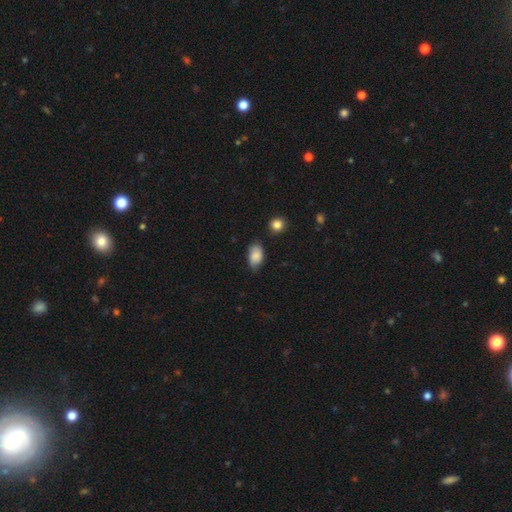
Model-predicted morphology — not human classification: The model was most divided on "merging": none: 66%, minor disturbance: 27%, major disturbance: 5%, merger: 2%. More confident: how rounded — in between (90%); smooth or featured — smooth (81%).